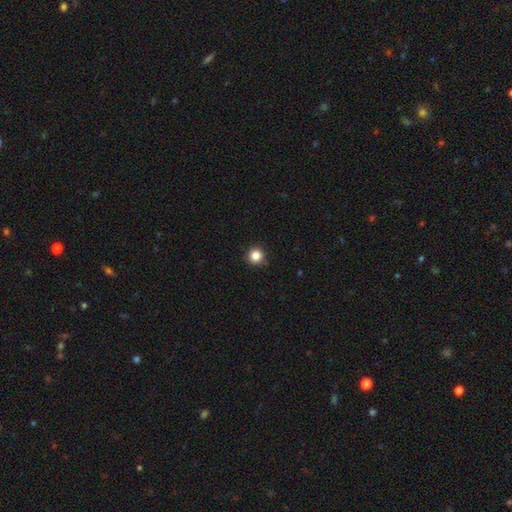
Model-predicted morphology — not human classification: Q: Smooth or featured?
A: smooth (85%); runner-up: star or artifact (12%)
Q: How rounded?
A: round (95%); runner-up: in between (4%)
Q: Merging?
A: none (92%); runner-up: minor disturbance (6%)